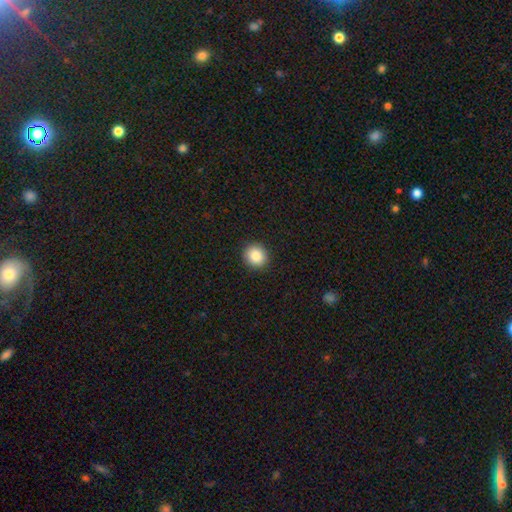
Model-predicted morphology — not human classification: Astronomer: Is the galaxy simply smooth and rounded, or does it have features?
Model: smooth — 87%.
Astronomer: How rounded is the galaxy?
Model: round — 88%.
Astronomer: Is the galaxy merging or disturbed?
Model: none — 92%.